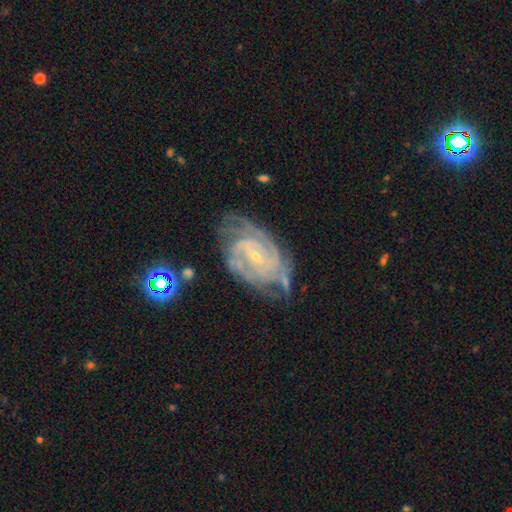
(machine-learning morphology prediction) smooth-or-featured: featured or disk: 89% | star or artifact: 6% | smooth: 5%
  disk-edge-on: no: 97% | yes: 3%
    bar: no: 55% | weak: 34% | strong: 11%
    has-spiral-arms: yes: 98% | no: 2%
      spiral-winding: tight: 64% | medium: 30% | loose: 5%
      spiral-arm-count: 2: 25% | 3: 24% | can't tell: 22% | 4: 16% | more than 4: 7% | 1: 6%
    bulge-size: small: 84% | moderate: 12% | none: 2% | large: 1% | dominant: 1%
  merging: none: 65% | minor disturbance: 24% | major disturbance: 9% | merger: 3%